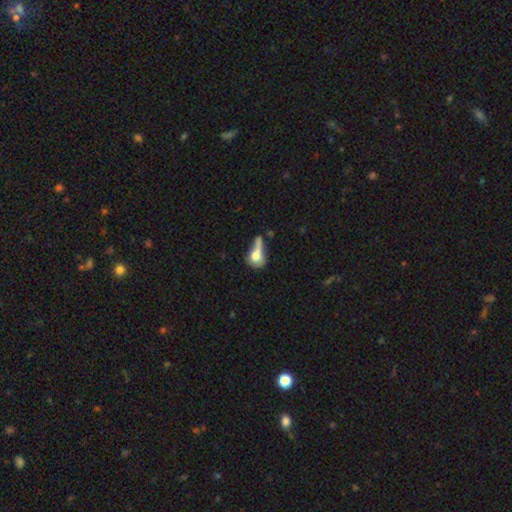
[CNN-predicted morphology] Smooth or featured: smooth — 63% (featured or disk — 27%)
How rounded: in between — 57% (round — 35%)
Merging: major disturbance — 37% (merger — 25%)